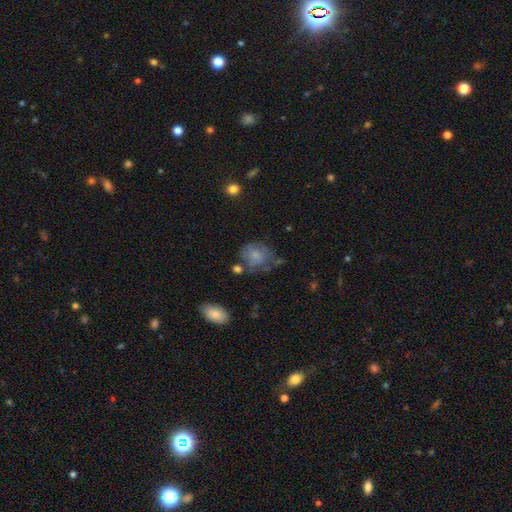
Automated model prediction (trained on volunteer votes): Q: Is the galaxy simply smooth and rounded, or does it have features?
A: smooth — 69%.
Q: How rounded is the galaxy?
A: round — 61%.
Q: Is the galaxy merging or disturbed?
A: none — 42%.